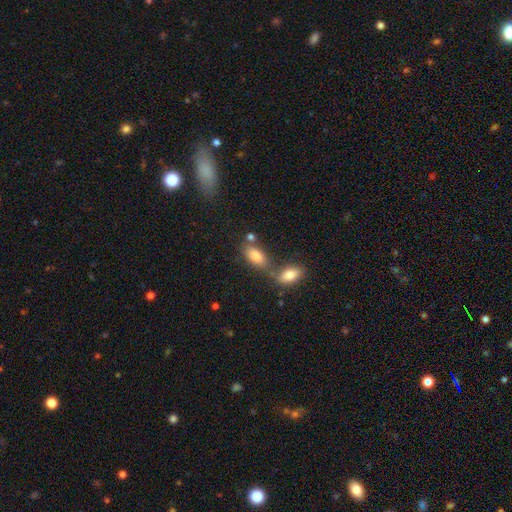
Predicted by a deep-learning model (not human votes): Smooth or featured? Predicted: smooth (p=0.82). How rounded? Predicted: in between (p=0.90). Merging? Predicted: none (p=0.52).